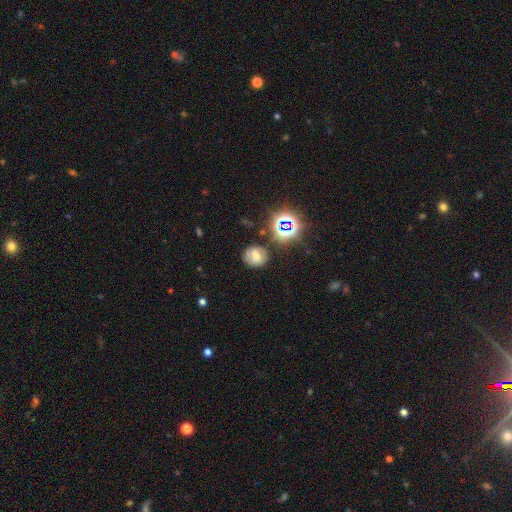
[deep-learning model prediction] This appears to be a smooth galaxy with no disk features (46%). Merging: none (79%).